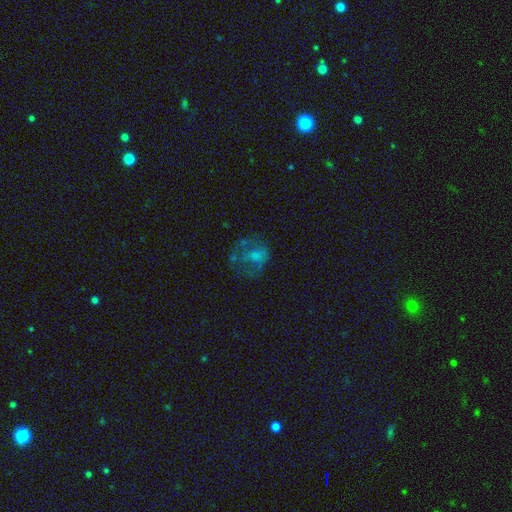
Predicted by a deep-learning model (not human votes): The model was most divided on "smooth or featured": featured or disk: 42%, smooth: 35%, star or artifact: 23%. More confident: merging — none (51%).